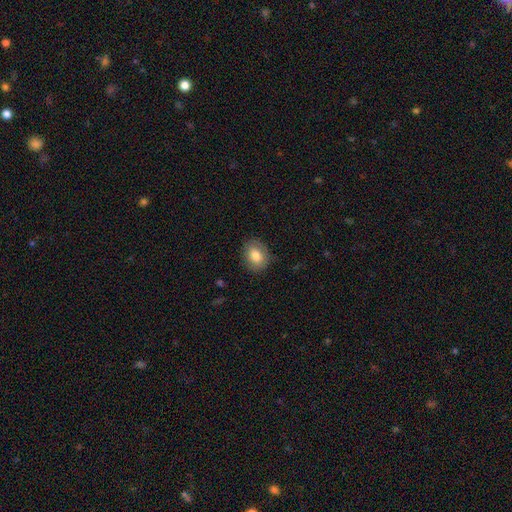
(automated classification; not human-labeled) This is clearly a smooth galaxy (81%). How rounded: possibly in between (57%). Merging: clearly none (85%).